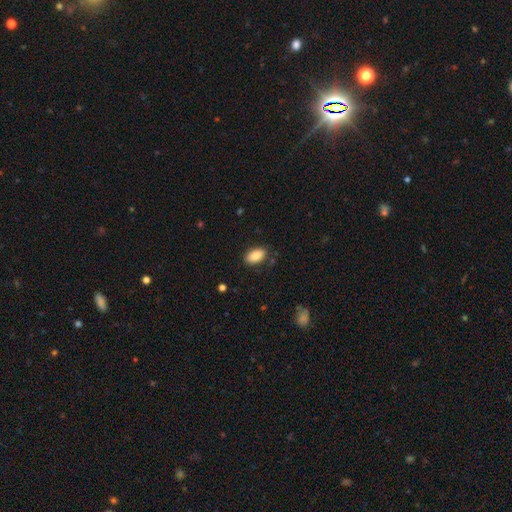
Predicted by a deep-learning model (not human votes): smooth 88%, star or artifact 7%, featured or disk 5%. Down the decision tree: how rounded — in between (93%); merging — none (85%).